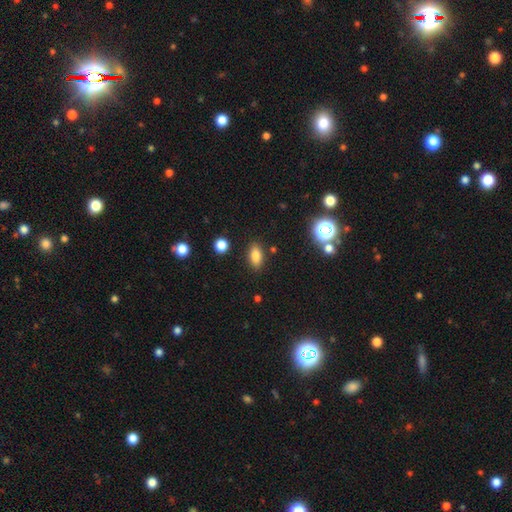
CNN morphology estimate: A smooth galaxy with no disk features (81%) that is in between round and cigar-shaped (85%). Merging: none (86%).